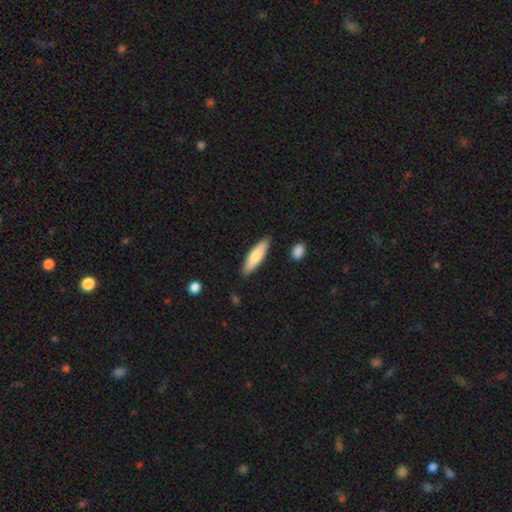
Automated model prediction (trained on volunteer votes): Smooth or featured? smooth (72%)
How rounded? cigar-shaped (68%)
Merging? none (87%)